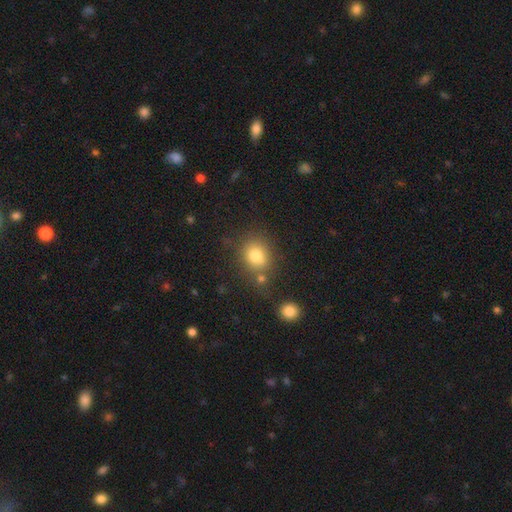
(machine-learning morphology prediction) A smooth galaxy with no disk features (78%) that is round (67%). Merging: none (68%).